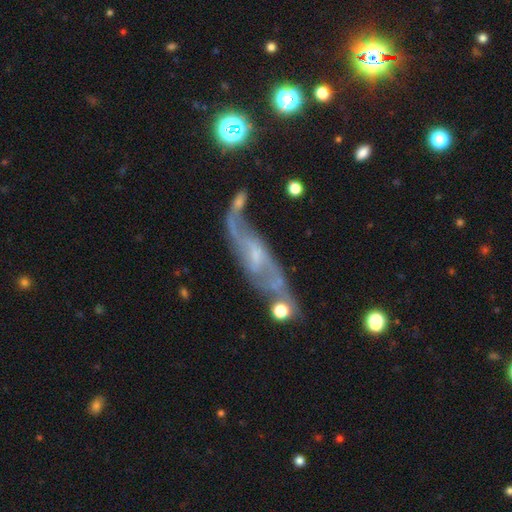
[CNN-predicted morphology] Overall: featured or disk (80%). Edge-on disk: no (80%). Bar: no (46%; weak 43%). Spiral arms: yes (91%). Spiral arm count: 2 (76%). Spiral winding: loose (43%; medium 40%). Bulge size: small (62%; moderate 25%). Merging: none (58%; minor disturbance 21%).